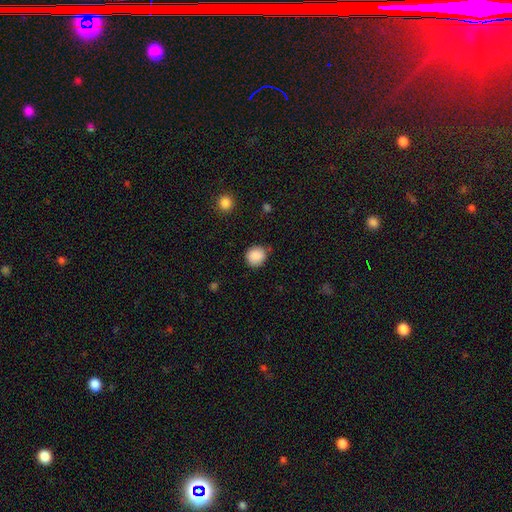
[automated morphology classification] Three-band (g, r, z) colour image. It shows a smooth galaxy with no disk features (88%) that is round (88%). Merging: none (81%).